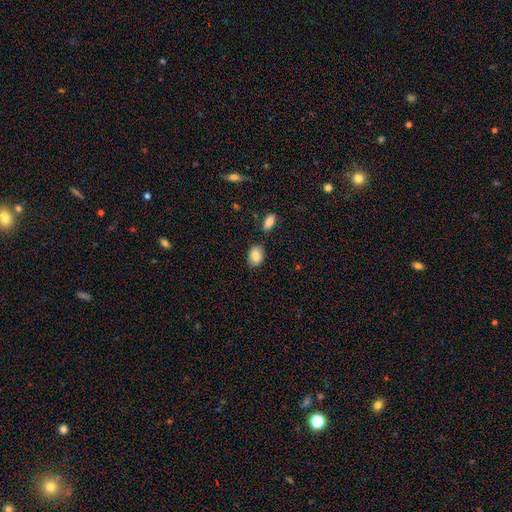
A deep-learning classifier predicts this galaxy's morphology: smooth 83%, featured or disk 9%, star or artifact 7%. Down the decision tree: how rounded — in between (78%); merging — none (77%).